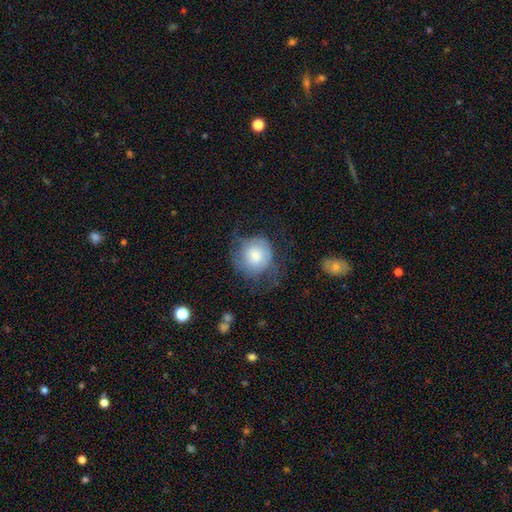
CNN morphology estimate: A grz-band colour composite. It shows a smooth galaxy with no disk features (53%) that is round (88%). Merging: none (49%).